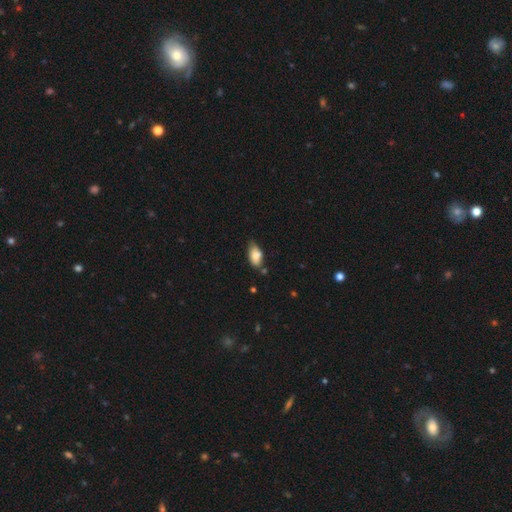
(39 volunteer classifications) Smooth or featured: smooth — 82% (featured or disk — 10%)
How rounded: in between — 84% (round — 9%)
Merging: none — 58% (minor disturbance — 22%)